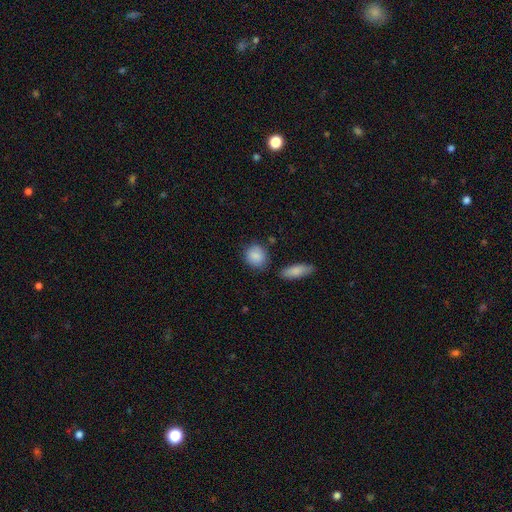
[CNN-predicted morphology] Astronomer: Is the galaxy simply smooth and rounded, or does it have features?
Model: smooth — 88%.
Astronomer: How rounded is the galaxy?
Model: round — 69%.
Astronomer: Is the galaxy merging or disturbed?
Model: none — 76%.